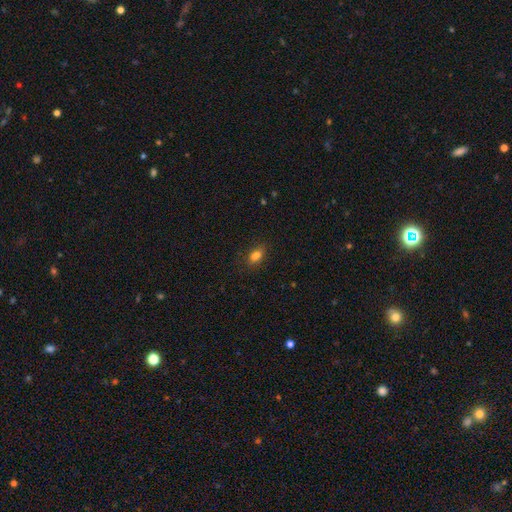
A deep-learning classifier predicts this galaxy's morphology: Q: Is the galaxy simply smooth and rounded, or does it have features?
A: smooth — 82%.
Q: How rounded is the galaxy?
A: in between — 84%.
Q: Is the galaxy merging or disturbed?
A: none — 82%.